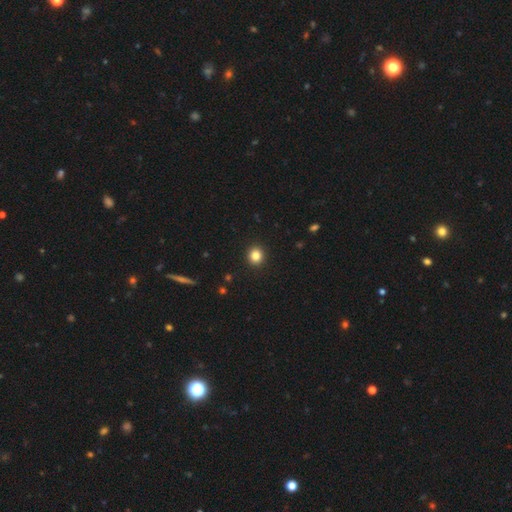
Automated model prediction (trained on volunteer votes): A smooth galaxy with no disk features (84%) that is round (88%).

Vote fractions:
- Smooth or featured? smooth: 84% / star or artifact: 11% / featured or disk: 5%
- How rounded? round: 88% / in between: 11% / cigar-shaped: 1%
- Merging? none: 93% / minor disturbance: 5% / major disturbance: 2% / merger: 1%